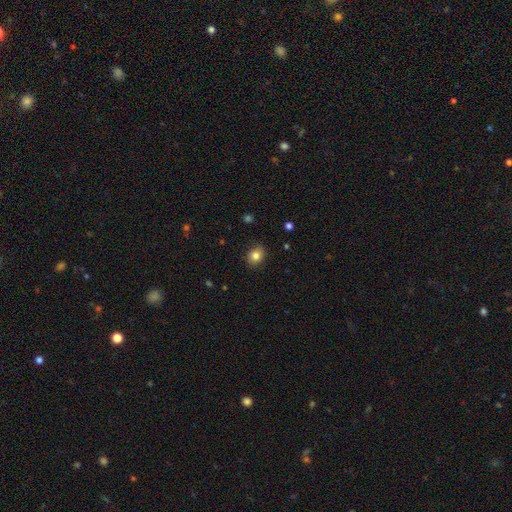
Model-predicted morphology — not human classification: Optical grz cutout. It shows a smooth galaxy with no disk features (82%) that is round (54%). Merging: none (84%).